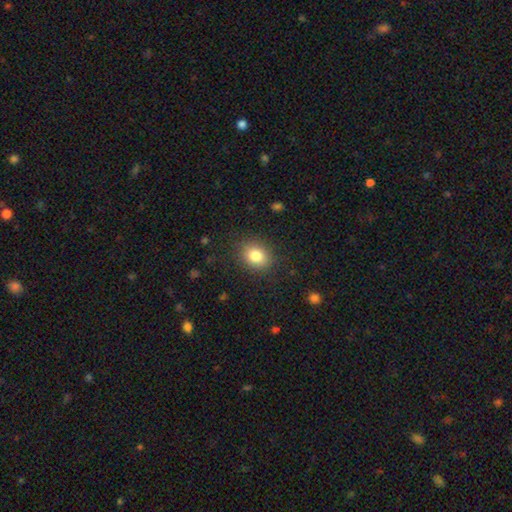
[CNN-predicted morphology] Q: Smooth or featured?
A: smooth (83%); runner-up: star or artifact (10%)
Q: How rounded?
A: round (55%); runner-up: in between (44%)
Q: Merging?
A: none (86%); runner-up: minor disturbance (10%)